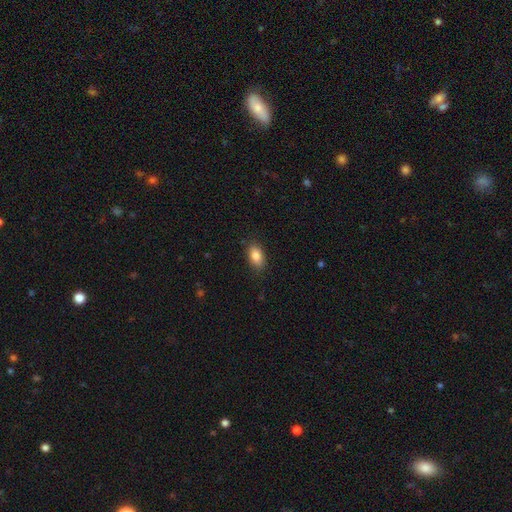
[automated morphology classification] Overall: smooth (85%). How rounded: in between (90%). Merging: none (86%).